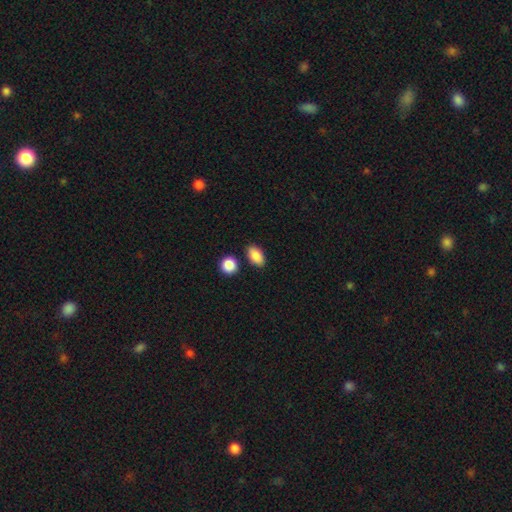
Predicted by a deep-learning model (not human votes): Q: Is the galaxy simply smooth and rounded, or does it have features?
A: smooth — 88%.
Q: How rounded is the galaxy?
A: in between — 89%.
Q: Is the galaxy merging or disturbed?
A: none — 82%.